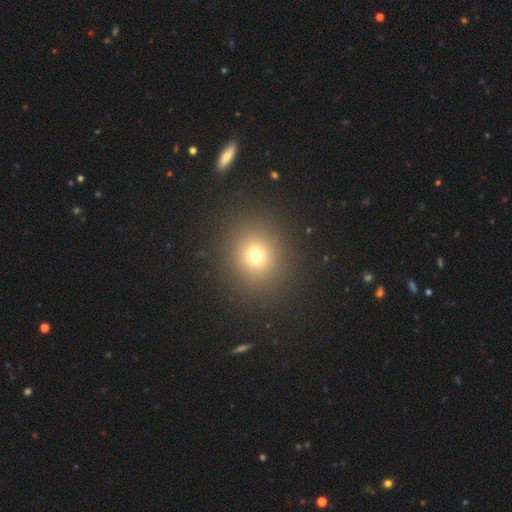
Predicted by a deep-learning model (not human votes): smooth-or-featured: smooth: 71% | star or artifact: 20% | featured or disk: 9%
  how-rounded: round: 83% | in between: 16% | cigar-shaped: 1%
  merging: none: 89% | minor disturbance: 6% | major disturbance: 3% | merger: 1%